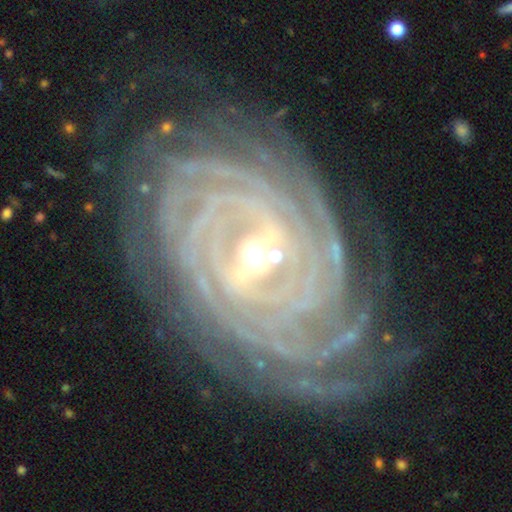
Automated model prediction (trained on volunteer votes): smooth-or-featured: featured or disk: 92% | star or artifact: 5% | smooth: 3%
  disk-edge-on: no: 97% | yes: 3%
    bar: weak: 42% | strong: 39% | no: 19%
    has-spiral-arms: yes: 99% | no: 1%
      spiral-winding: tight: 88% | medium: 10% | loose: 2%
      spiral-arm-count: more than 4: 36% | 4: 21% | can't tell: 17% | 3: 10% | 2: 9% | 1: 7%
    bulge-size: moderate: 51% | small: 45% | large: 2% | none: 1% | dominant: 1%
  merging: none: 79% | minor disturbance: 14% | major disturbance: 5% | merger: 1%